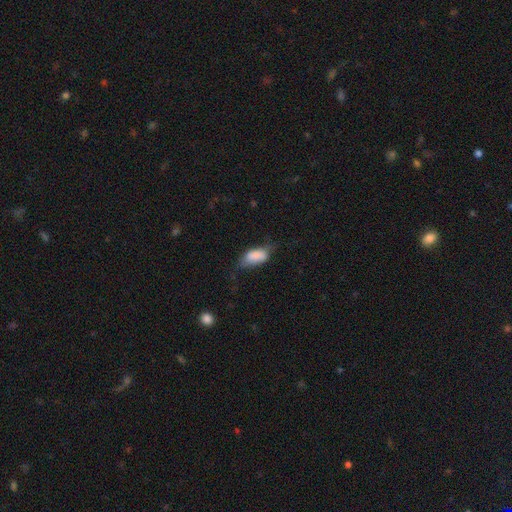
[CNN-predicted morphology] smooth-or-featured: smooth: 80% | featured or disk: 12% | star or artifact: 7%
  how-rounded: in between: 90% | cigar-shaped: 7% | round: 3%
  merging: none: 41% | minor disturbance: 37% | major disturbance: 18% | merger: 3%